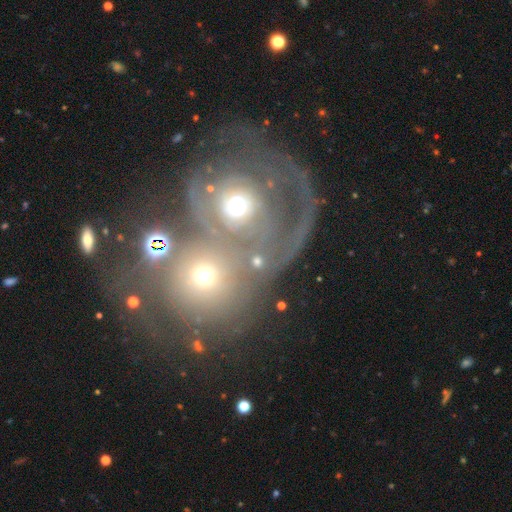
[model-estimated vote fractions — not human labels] smooth_or_featured: featured or disk (p=0.49) [alt: smooth p=0.36]
merging: merger (p=0.65) [alt: none p=0.17]